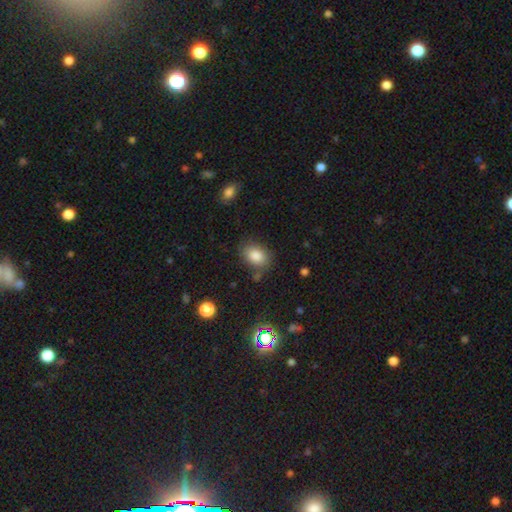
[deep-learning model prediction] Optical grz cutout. It shows a smooth galaxy with no disk features (84%) that is in between round and cigar-shaped (74%). Merging: none (76%).